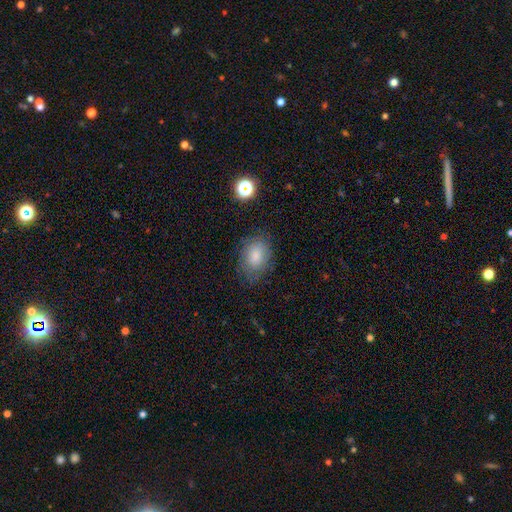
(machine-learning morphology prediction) smooth 81%, featured or disk 10%, star or artifact 9%. Down the decision tree: how rounded — in between (76%); merging — none (74%).